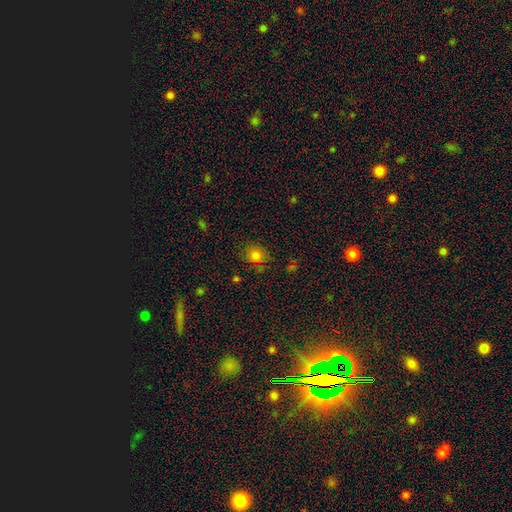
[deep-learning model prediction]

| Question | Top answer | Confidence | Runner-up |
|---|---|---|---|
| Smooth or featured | smooth | 79% | star or artifact (15%) |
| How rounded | round | 83% | in between (16%) |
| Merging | none | 79% | minor disturbance (14%) |